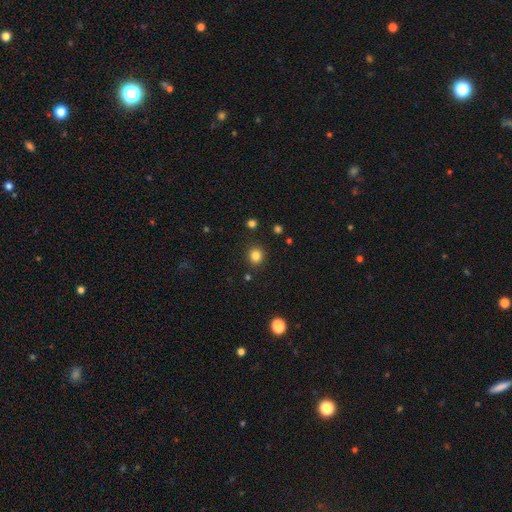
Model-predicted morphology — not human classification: smooth 83%, star or artifact 12%, featured or disk 4%. Down the decision tree: how rounded — round (86%); merging — none (89%).